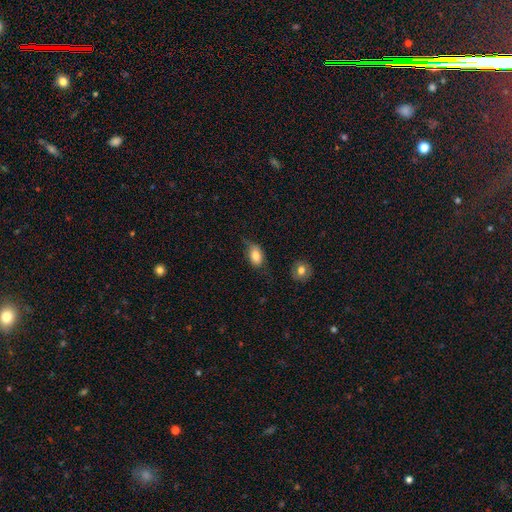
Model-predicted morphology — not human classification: The model was most divided on "merging": none: 52%, minor disturbance: 31%, major disturbance: 13%, merger: 3%. More confident: how rounded — in between (87%); smooth or featured — smooth (79%).